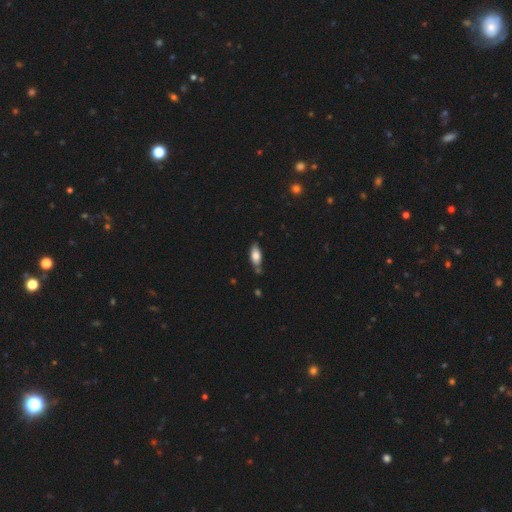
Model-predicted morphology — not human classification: Smooth or featured: smooth — 76% (featured or disk — 17%)
How rounded: in between — 82% (cigar-shaped — 15%)
Merging: none — 68% (minor disturbance — 21%)